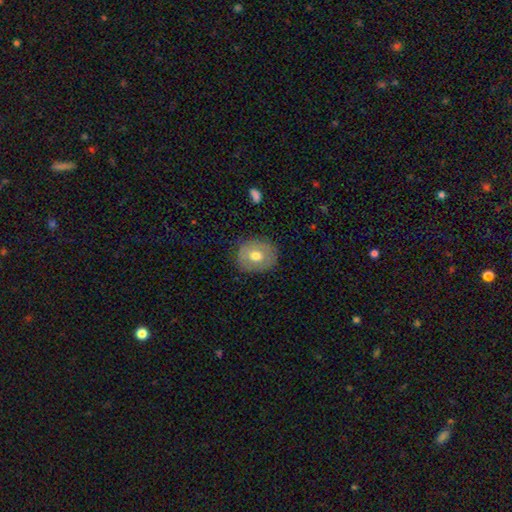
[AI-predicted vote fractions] Smooth or featured: smooth — 59% (featured or disk — 33%)
How rounded: round — 66% (in between — 33%)
Merging: none — 82% (minor disturbance — 13%)